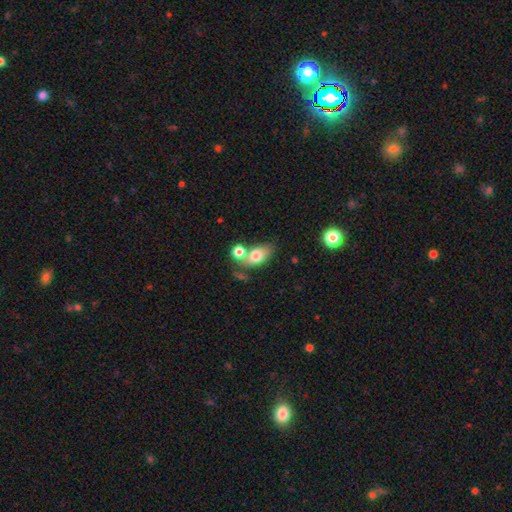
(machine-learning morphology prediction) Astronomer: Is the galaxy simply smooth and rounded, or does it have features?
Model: smooth — 74%.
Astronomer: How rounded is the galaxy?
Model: in between — 81%.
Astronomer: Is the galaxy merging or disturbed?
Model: merger — 41% (runner-up: none, 39%).